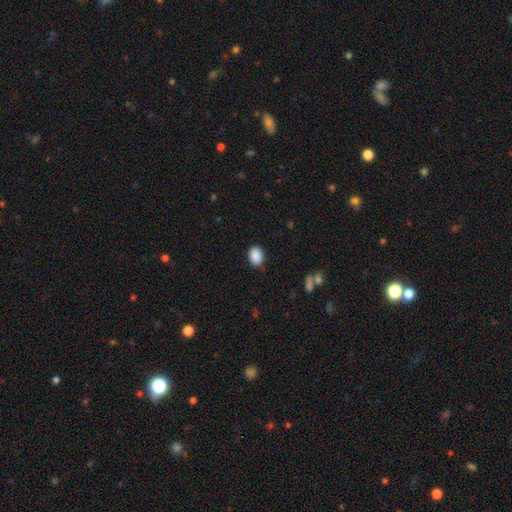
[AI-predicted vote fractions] smooth-or-featured: smooth: 89% | star or artifact: 8% | featured or disk: 3%
  how-rounded: in between: 69% | round: 30% | cigar-shaped: 1%
  merging: none: 87% | minor disturbance: 10% | major disturbance: 2% | merger: 1%